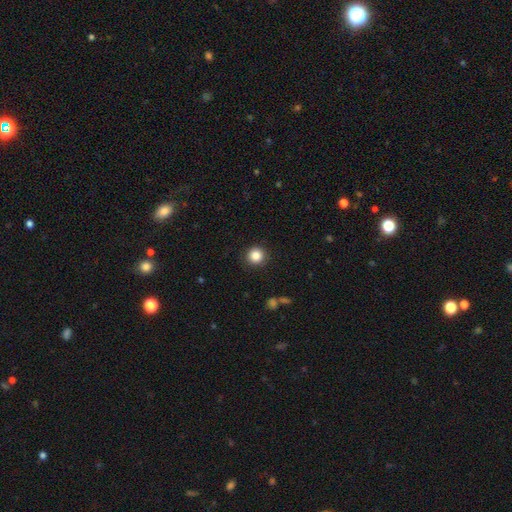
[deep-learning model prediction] Morphology: type=smooth (85%); roundness=round (94%); merging=none (90%).